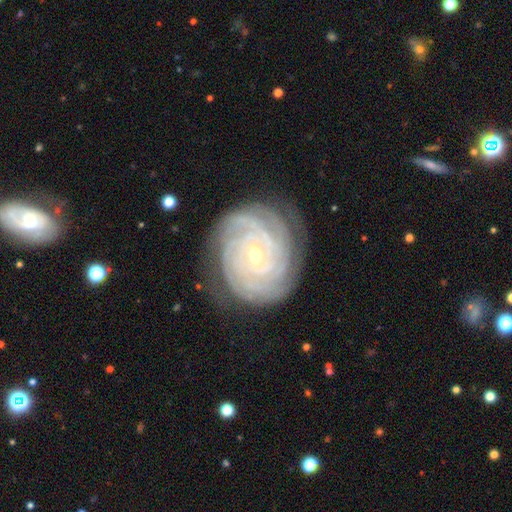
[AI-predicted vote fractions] Smooth or featured: featured or disk — 90% (star or artifact — 5%)
Edge-on disk: no — 97% (yes — 3%)
Bar: no — 51% (weak — 35%)
Spiral arms: yes — 98% (no — 2%)
Spiral winding: tight — 88% (medium — 10%)
Spiral arm count: 4 — 27% (can't tell — 22%)
Bulge size: small — 69% (moderate — 29%)
Merging: none — 81% (minor disturbance — 14%)